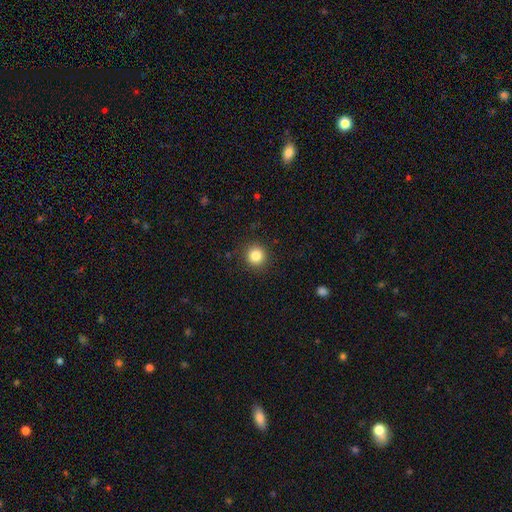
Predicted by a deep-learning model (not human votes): This appears to be a smooth galaxy with no disk features (84%) that is round (93%). Merging: none (90%).